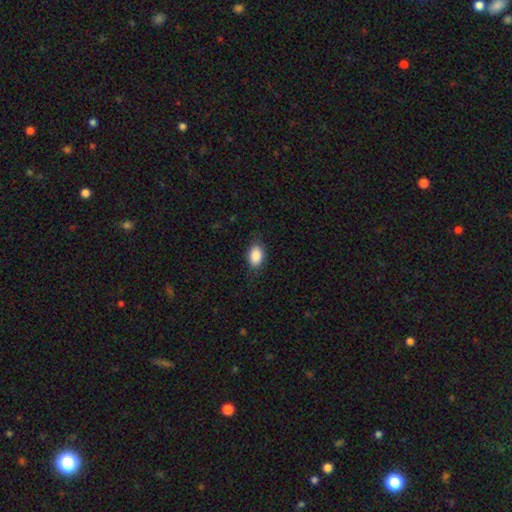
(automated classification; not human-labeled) Smooth or featured?
  - smooth: 88% *
  - star or artifact: 7%
  - featured or disk: 5%
How rounded?
  - in between: 86% *
  - round: 13%
  - cigar-shaped: 2%
Merging?
  - none: 81% *
  - minor disturbance: 15%
  - major disturbance: 3%
  - merger: 1%